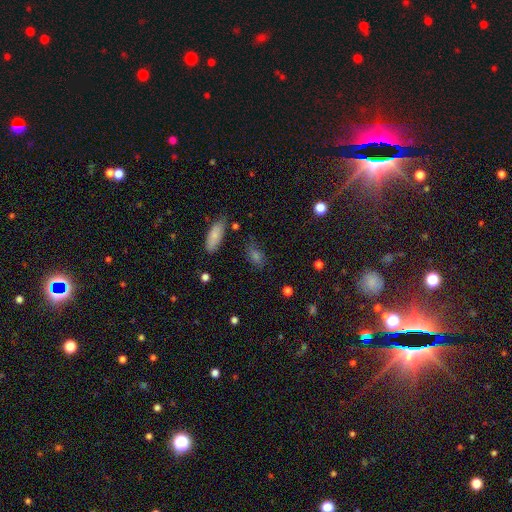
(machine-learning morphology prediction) smooth 58%, star or artifact 25%, featured or disk 17%. Down the decision tree: how rounded — in between (72%); merging — none (72%).